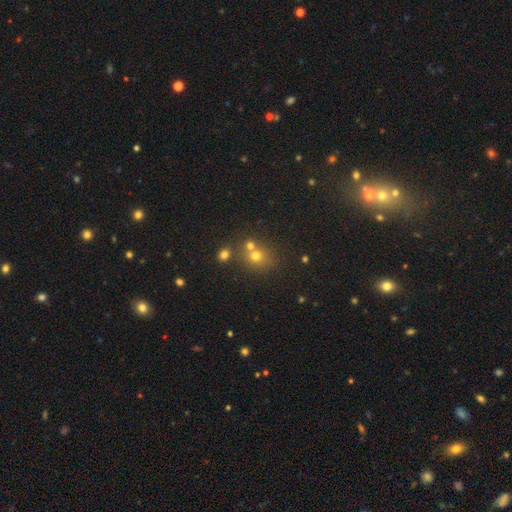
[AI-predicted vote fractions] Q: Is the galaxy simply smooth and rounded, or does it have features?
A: smooth — 68%.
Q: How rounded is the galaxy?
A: round — 78%.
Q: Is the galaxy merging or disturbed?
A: none — 53%.